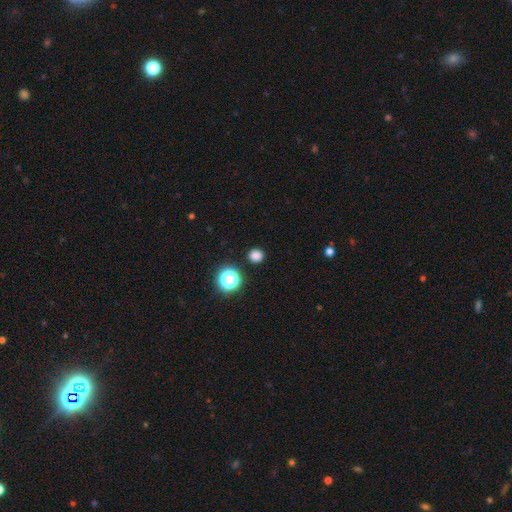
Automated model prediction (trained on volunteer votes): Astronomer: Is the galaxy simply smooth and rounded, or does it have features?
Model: smooth — 79%.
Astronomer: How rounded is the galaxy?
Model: round — 90%.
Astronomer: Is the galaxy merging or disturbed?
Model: none — 91%.